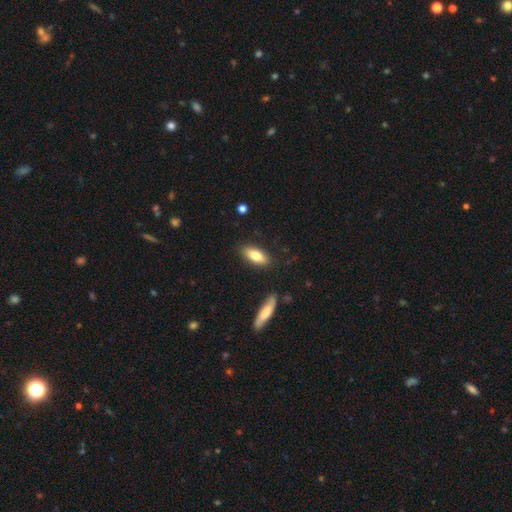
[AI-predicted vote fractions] A smooth galaxy with no disk features (77%) that is in between round and cigar-shaped (74%). Merging: none (85%).